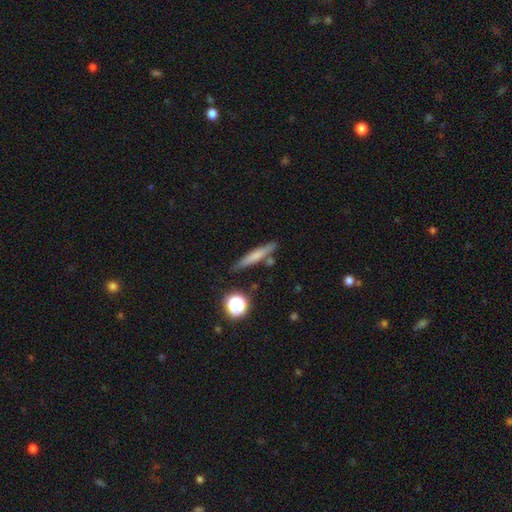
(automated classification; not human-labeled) Smooth or featured? smooth (61%)
How rounded? cigar-shaped (90%)
Merging? none (80%)